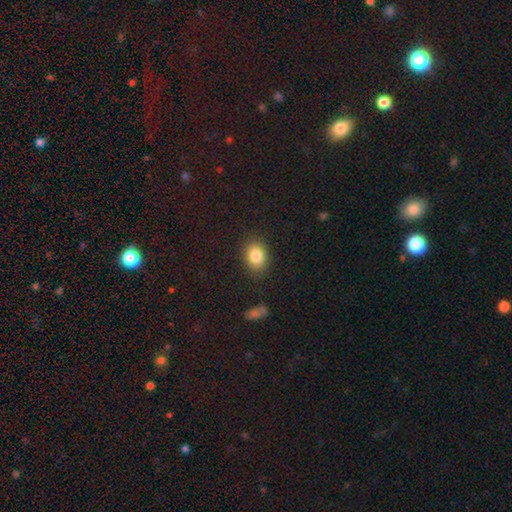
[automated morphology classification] This is clearly a smooth galaxy (84%). How rounded: likely in between (68%). Merging: clearly none (85%).